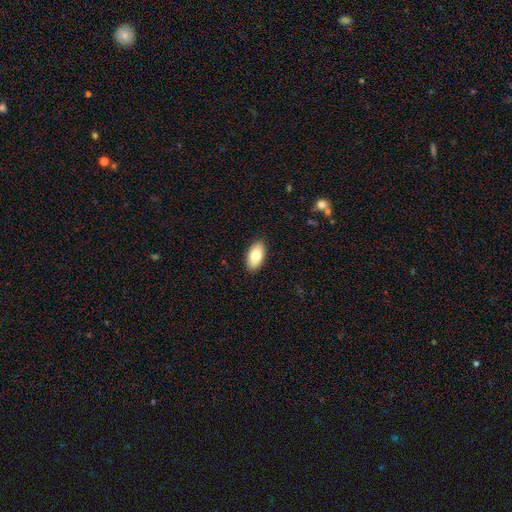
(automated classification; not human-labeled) A smooth galaxy with no disk features (79%) that is in between round and cigar-shaped (94%). Merging: none (90%).